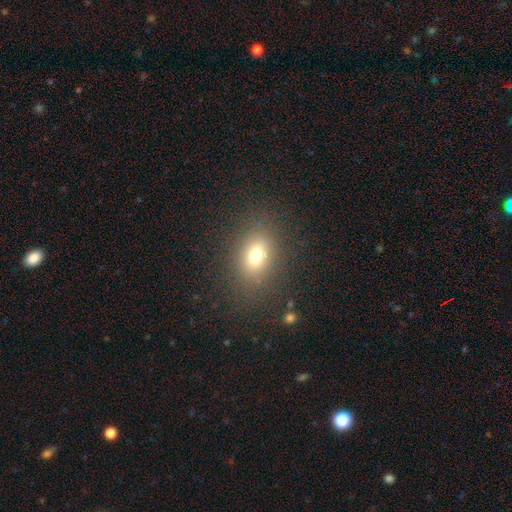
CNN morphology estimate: Smooth or featured?
  - smooth: 72% *
  - star or artifact: 16%
  - featured or disk: 13%
How rounded?
  - in between: 65% *
  - round: 33%
  - cigar-shaped: 2%
Merging?
  - none: 83% *
  - minor disturbance: 10%
  - major disturbance: 6%
  - merger: 1%